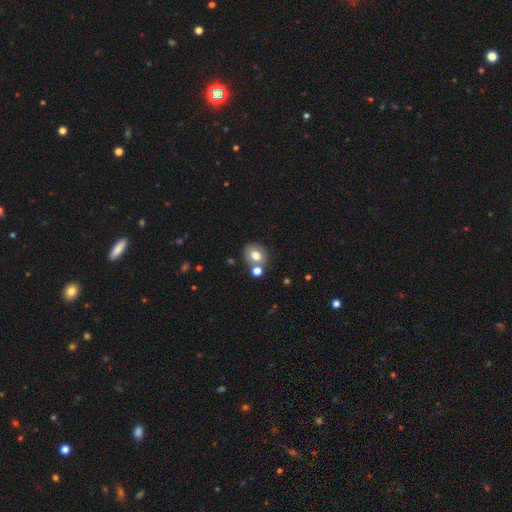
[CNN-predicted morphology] smooth_or_featured: smooth (p=0.75) [alt: featured or disk p=0.14]
how_rounded: round (p=0.60) [alt: in between p=0.39]
merging: none (p=0.60) [alt: merger p=0.24]